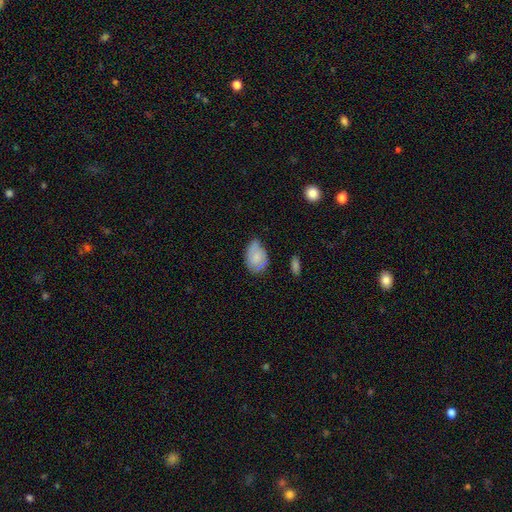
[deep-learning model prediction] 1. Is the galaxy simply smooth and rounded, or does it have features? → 61% smooth, 32% featured or disk, 7% star or artifact.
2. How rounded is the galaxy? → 80% in between, 19% round, 2% cigar-shaped.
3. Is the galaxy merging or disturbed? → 45% none, 40% minor disturbance, 11% major disturbance, 4% merger.